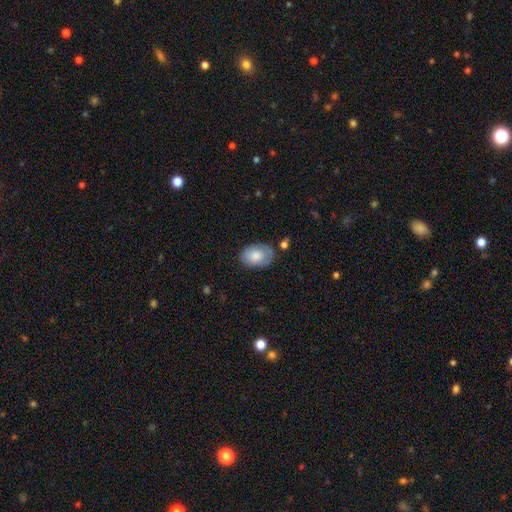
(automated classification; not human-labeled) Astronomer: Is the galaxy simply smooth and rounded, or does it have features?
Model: smooth — 76%.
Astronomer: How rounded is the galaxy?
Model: in between — 84%.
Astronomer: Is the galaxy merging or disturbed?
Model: none — 70%.